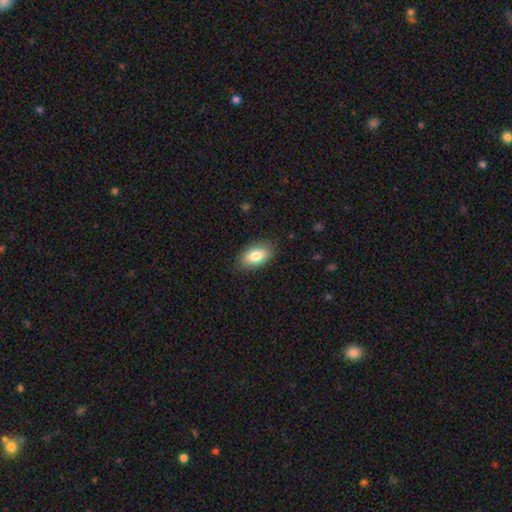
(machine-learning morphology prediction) Smooth or featured: smooth — 81% (featured or disk — 12%)
How rounded: in between — 92% (round — 5%)
Merging: none — 85% (minor disturbance — 11%)